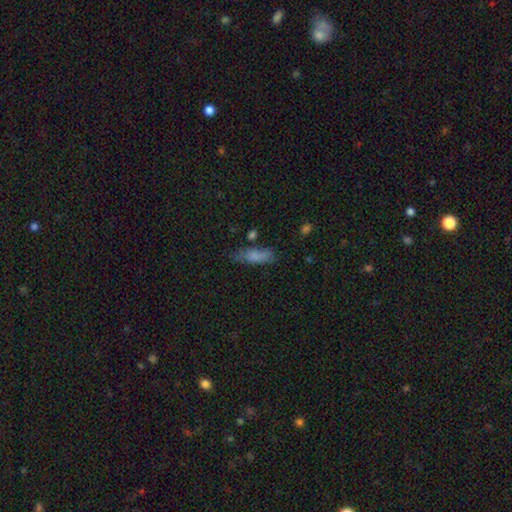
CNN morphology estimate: This is likely a smooth galaxy (77%). How rounded: possibly in between (55%). Merging: likely none (63%).